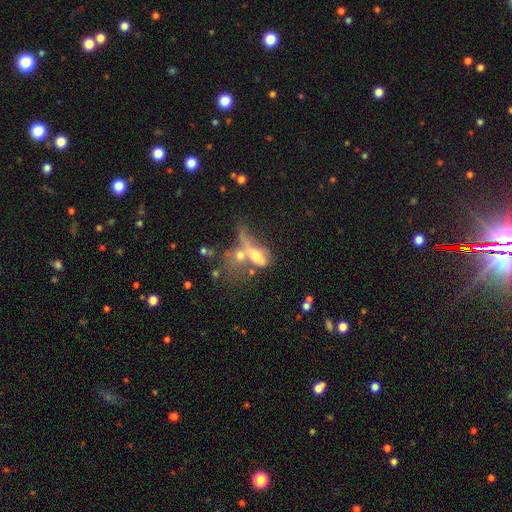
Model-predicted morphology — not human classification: Smooth or featured? smooth (52%)
How rounded? in between (65%)
Merging? merger (55%)